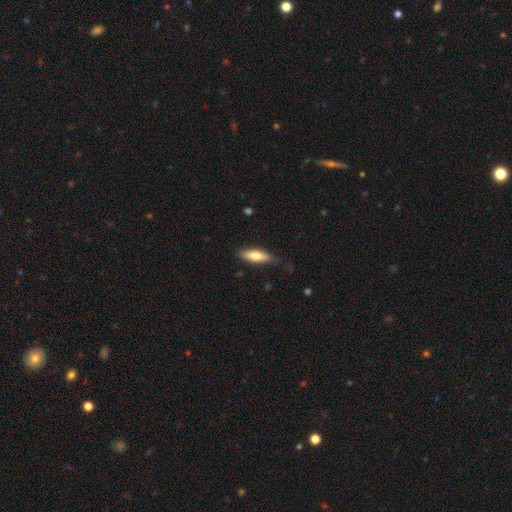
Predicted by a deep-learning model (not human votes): A smooth galaxy with no disk features (72%) that is in between round and cigar-shaped (50%). Merging: none (78%).